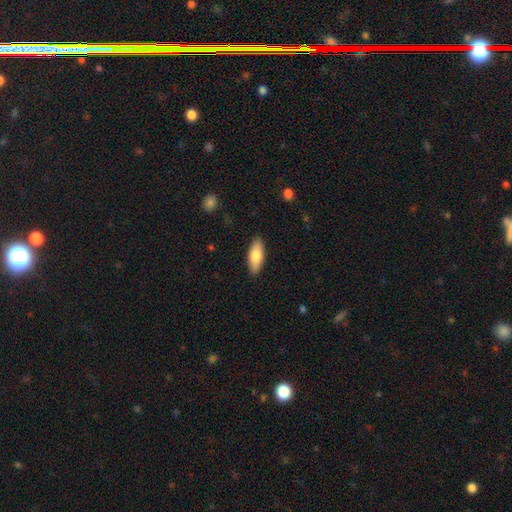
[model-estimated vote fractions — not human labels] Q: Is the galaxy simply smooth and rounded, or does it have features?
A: smooth — 79%.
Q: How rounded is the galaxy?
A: in between — 76%.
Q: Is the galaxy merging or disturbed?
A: none — 88%.